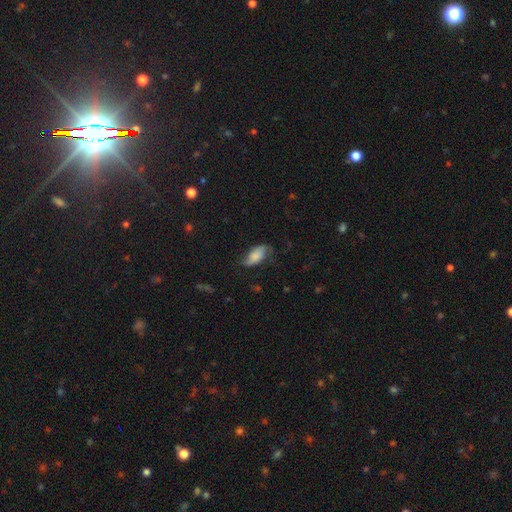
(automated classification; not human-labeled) Smooth or featured? smooth (68%)
How rounded? in between (89%)
Merging? none (58%)